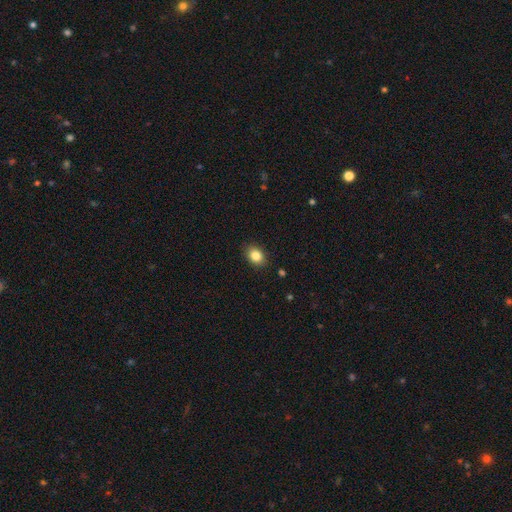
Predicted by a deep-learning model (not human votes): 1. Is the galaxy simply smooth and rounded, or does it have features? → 85% smooth, 9% star or artifact, 6% featured or disk.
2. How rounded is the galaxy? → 67% in between, 32% round, 1% cigar-shaped.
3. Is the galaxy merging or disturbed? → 88% none, 9% minor disturbance, 2% major disturbance, 1% merger.